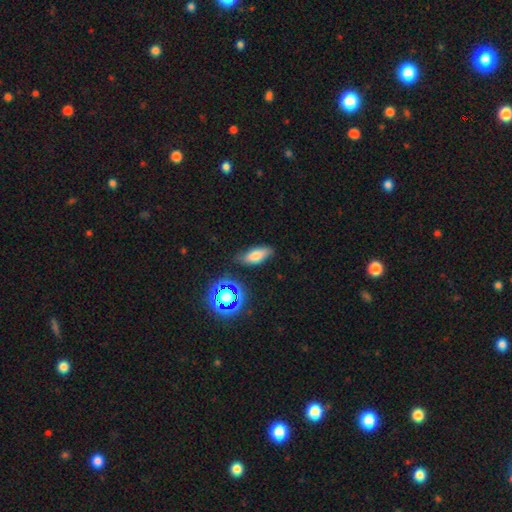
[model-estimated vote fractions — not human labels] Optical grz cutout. It shows a smooth galaxy with no disk features (71%) that is in between round and cigar-shaped (80%). Merging: none (74%).